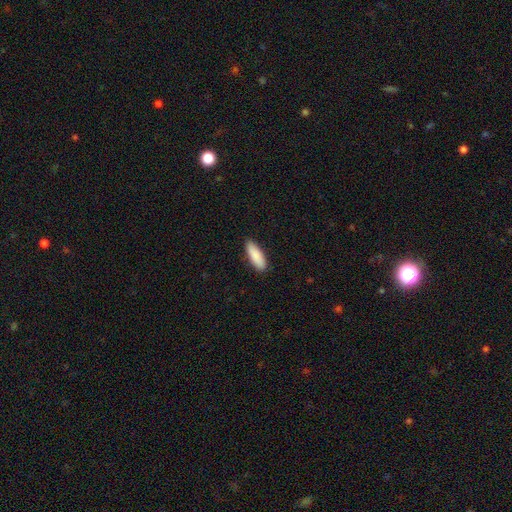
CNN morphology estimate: smooth_or_featured: smooth (p=0.88) [alt: featured or disk p=0.06]
how_rounded: in between (p=0.61) [alt: cigar-shaped p=0.37]
merging: none (p=0.88) [alt: minor disturbance p=0.09]